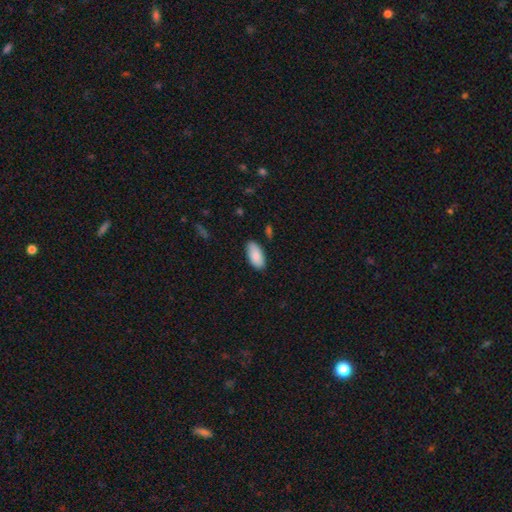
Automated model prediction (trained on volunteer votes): The model was most divided on "merging": none: 84%, minor disturbance: 12%, major disturbance: 2%, merger: 2%. More confident: how rounded — in between (94%); smooth or featured — smooth (87%).